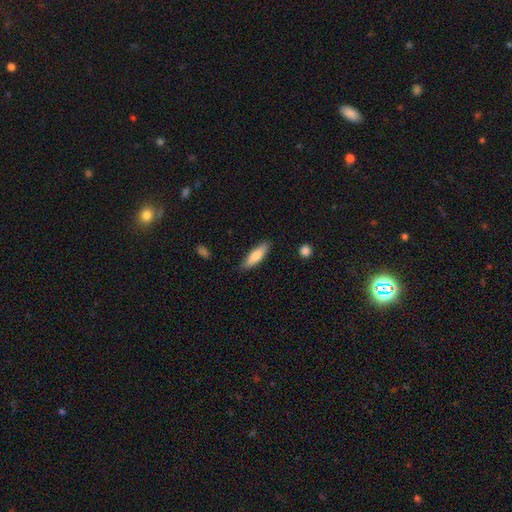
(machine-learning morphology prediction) Smooth or featured: smooth — 77% (featured or disk — 17%)
How rounded: cigar-shaped — 58% (in between — 41%)
Merging: none — 83% (minor disturbance — 13%)